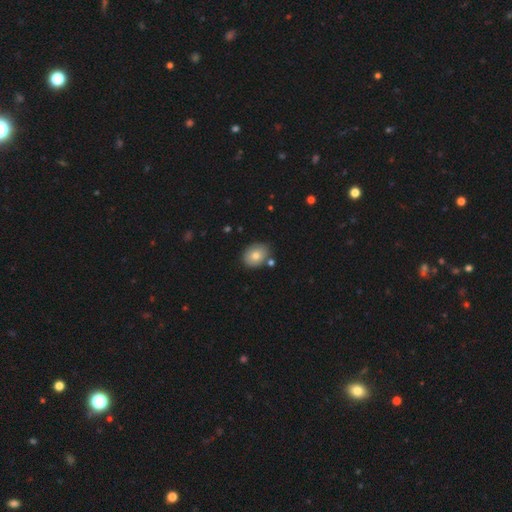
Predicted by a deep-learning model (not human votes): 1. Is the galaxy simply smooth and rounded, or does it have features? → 75% smooth, 16% featured or disk, 9% star or artifact.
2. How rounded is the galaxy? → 56% in between, 44% round, 1% cigar-shaped.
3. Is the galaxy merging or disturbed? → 78% none, 13% minor disturbance, 6% merger, 3% major disturbance.